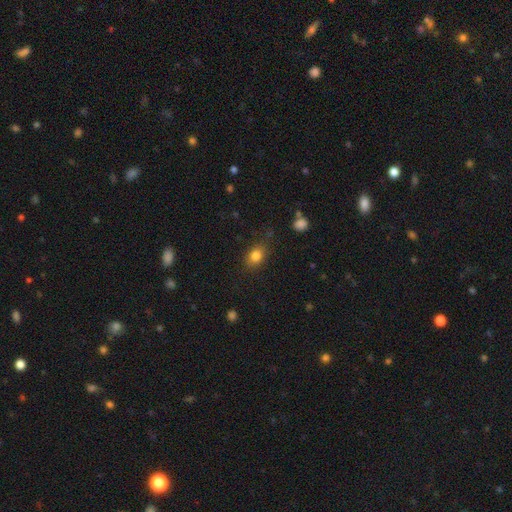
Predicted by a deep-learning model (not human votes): Q: Smooth or featured?
A: smooth (82%); runner-up: star or artifact (11%)
Q: How rounded?
A: in between (68%); runner-up: round (30%)
Q: Merging?
A: none (81%); runner-up: minor disturbance (14%)